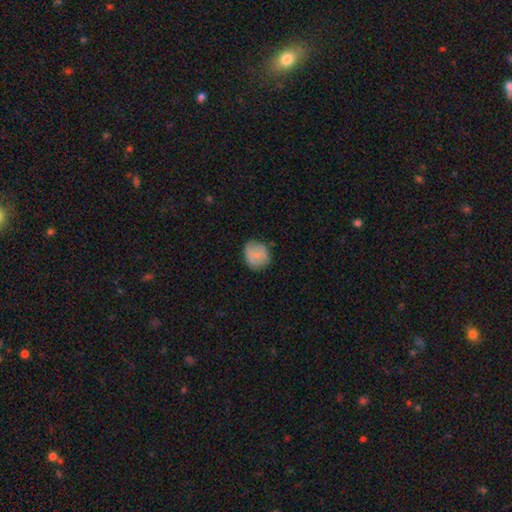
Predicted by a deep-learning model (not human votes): A smooth galaxy with no disk features (79%) that is round (74%).

Vote fractions:
- Smooth or featured? smooth: 79% / featured or disk: 13% / star or artifact: 8%
- How rounded? round: 74% / in between: 25% / cigar-shaped: 1%
- Merging? none: 69% / minor disturbance: 24% / major disturbance: 6% / merger: 2%